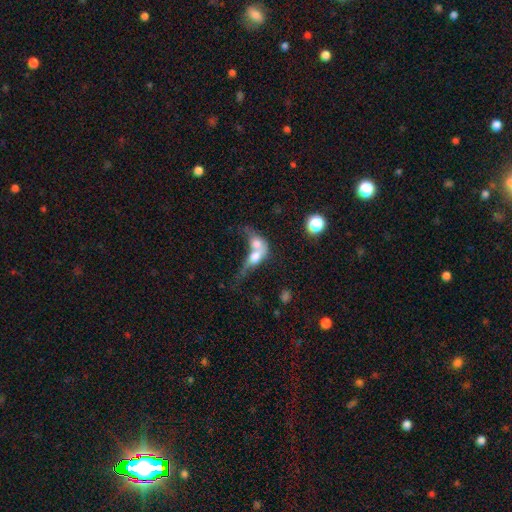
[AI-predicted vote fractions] Smooth or featured? Predicted: smooth (p=0.60). How rounded? Predicted: in between (p=0.61). Merging? Predicted: merger (p=0.81).